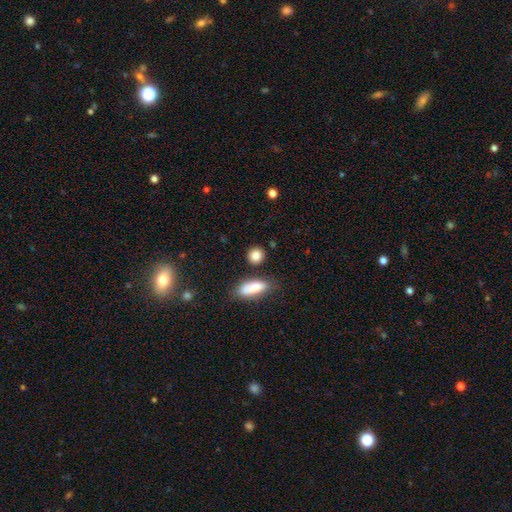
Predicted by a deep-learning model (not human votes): This appears to be a smooth galaxy with no disk features (86%) that is round (79%). Merging: none (83%).